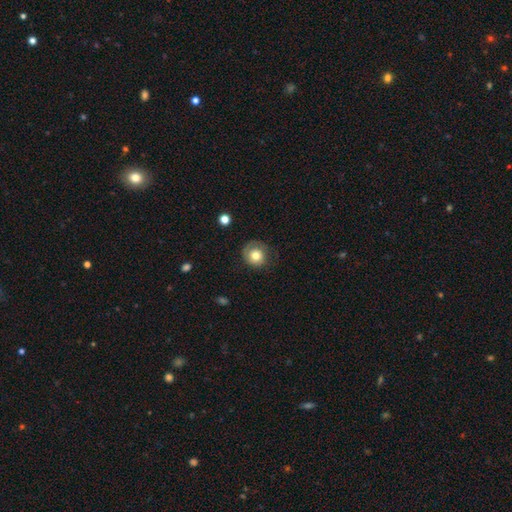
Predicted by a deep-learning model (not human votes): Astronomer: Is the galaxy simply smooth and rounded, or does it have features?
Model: smooth — 69%.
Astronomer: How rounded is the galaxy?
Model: round — 87%.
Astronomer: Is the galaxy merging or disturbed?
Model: none — 68%.